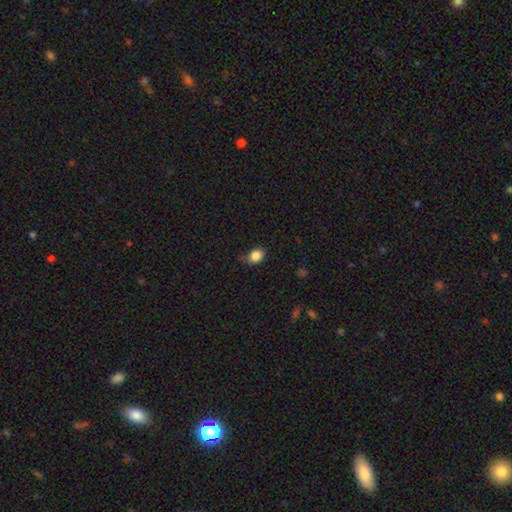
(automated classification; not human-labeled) This is clearly a smooth galaxy (86%). How rounded: possibly in between (56%). Merging: likely none (68%).